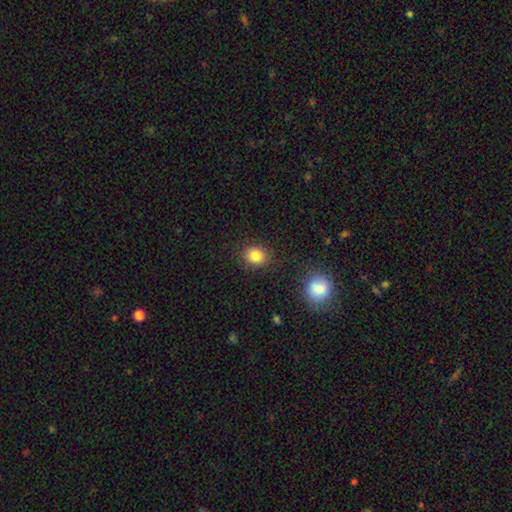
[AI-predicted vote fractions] Overall: smooth (84%). How rounded: round (71%). Merging: none (86%).